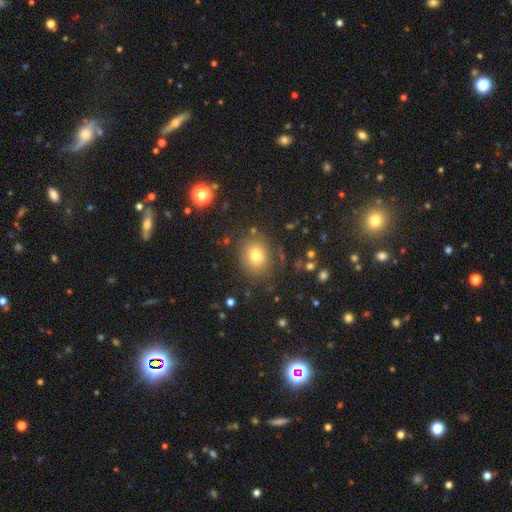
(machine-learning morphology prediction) Q: Smooth or featured?
A: smooth (74%); runner-up: star or artifact (15%)
Q: How rounded?
A: round (64%); runner-up: in between (35%)
Q: Merging?
A: none (82%); runner-up: minor disturbance (11%)